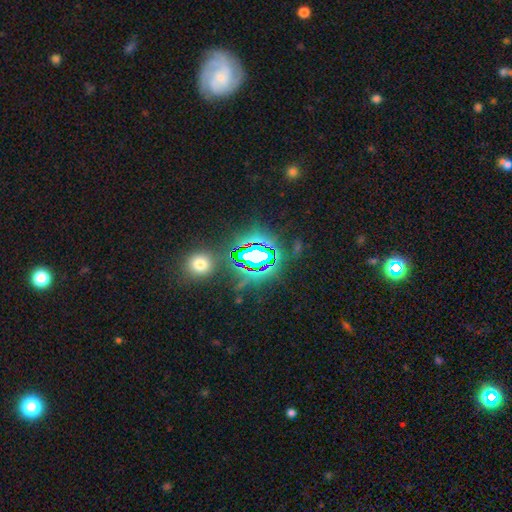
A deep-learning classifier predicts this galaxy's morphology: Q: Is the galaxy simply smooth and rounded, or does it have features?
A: star or artifact — 76%.